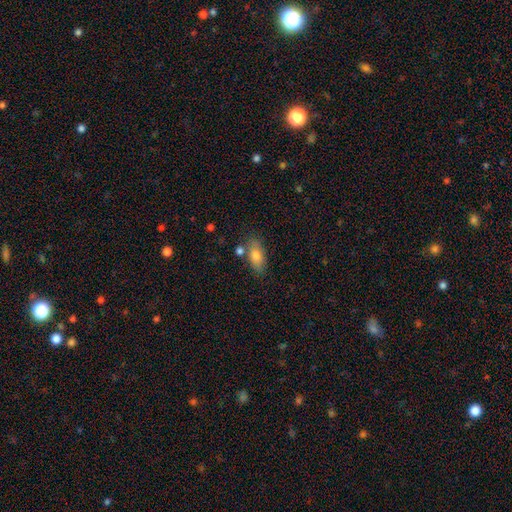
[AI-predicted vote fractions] A smooth galaxy with no disk features (78%) that is in between round and cigar-shaped (87%).

Vote fractions:
- Smooth or featured? smooth: 78% / featured or disk: 15% / star or artifact: 8%
- How rounded? in between: 87% / cigar-shaped: 8% / round: 5%
- Merging? none: 73% / minor disturbance: 14% / merger: 9% / major disturbance: 3%